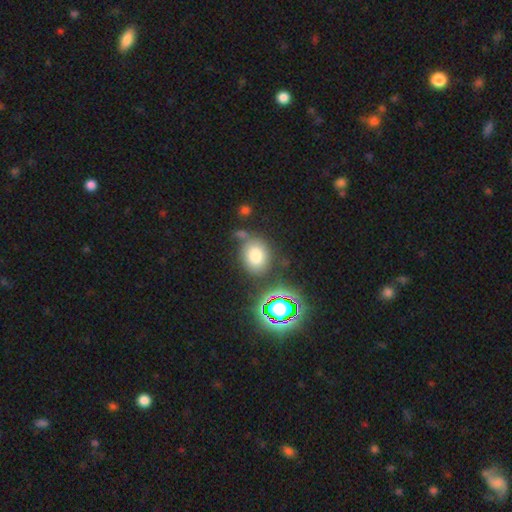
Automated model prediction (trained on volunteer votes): Smooth or featured: smooth — 74% (star or artifact — 16%)
How rounded: round — 54% (in between — 45%)
Merging: none — 66% (minor disturbance — 17%)